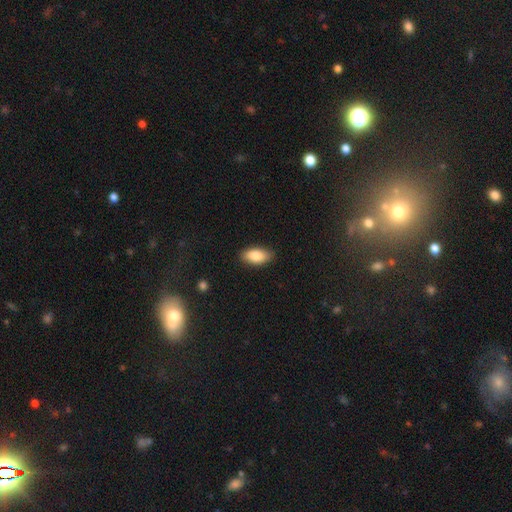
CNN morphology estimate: Smooth or featured: smooth — 86% (featured or disk — 8%)
How rounded: in between — 91% (cigar-shaped — 6%)
Merging: none — 87% (minor disturbance — 10%)